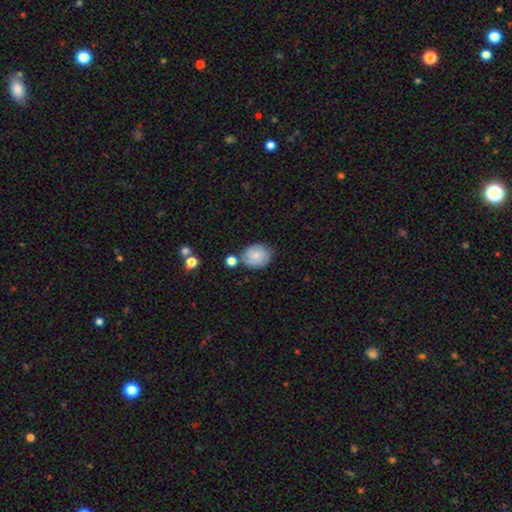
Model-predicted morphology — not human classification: The model was most divided on "how rounded": round: 60%, in between: 39%, cigar-shaped: 1%. More confident: smooth or featured — smooth (70%); merging — none (63%).